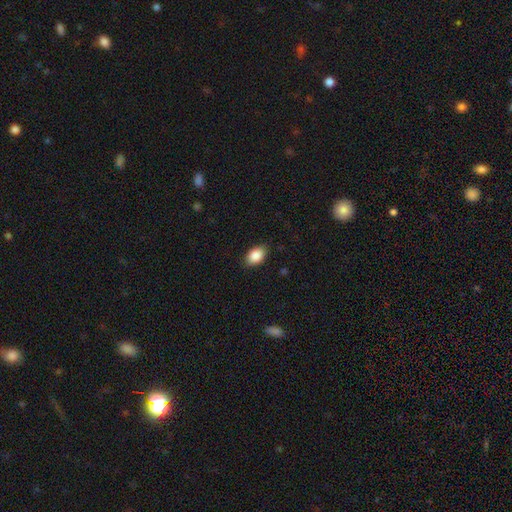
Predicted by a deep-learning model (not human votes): smooth 88%, star or artifact 7%, featured or disk 5%. Down the decision tree: how rounded — in between (87%); merging — none (85%).